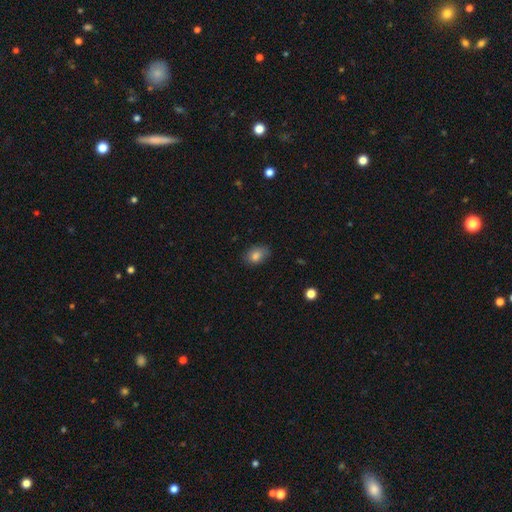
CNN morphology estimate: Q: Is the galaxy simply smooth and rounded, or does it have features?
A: smooth — 83%.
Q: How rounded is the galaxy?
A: in between — 79%.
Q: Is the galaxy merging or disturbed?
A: none — 77%.